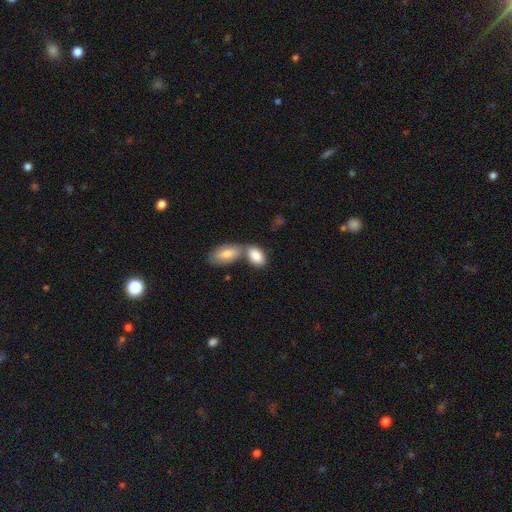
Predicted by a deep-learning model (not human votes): Smooth or featured: smooth — 84% (featured or disk — 10%)
How rounded: in between — 92% (round — 5%)
Merging: merger — 52% (none — 34%)